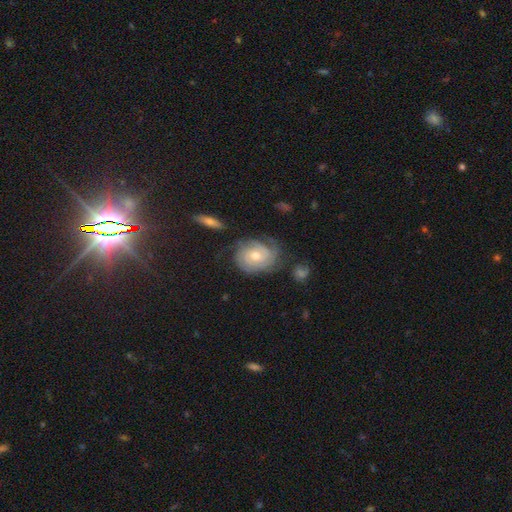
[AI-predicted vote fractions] A featured or disk galaxy (83%) with no bar (67%), can't tell (28%, tied with 3) tight (74%) spiral arms (96%) and a moderate central bulge (64%).

Vote fractions:
- Smooth or featured? featured or disk: 83% / smooth: 12% / star or artifact: 6%
- Edge-on disk? no: 97% / yes: 3%
- Bar? no: 67% / weak: 28% / strong: 5%
- Spiral arms? yes: 96% / no: 4%
- Spiral winding? tight: 74% / medium: 21% / loose: 5%
- Spiral arm count? can't tell: 28% (tied) / 3: 28% (tied) / 2: 25% / 4: 10% / 1: 5% / more than 4: 5%
- Bulge size? moderate: 64% / small: 30% / large: 3% / none: 1% / dominant: 1%
- Merging? none: 67% / minor disturbance: 21% / major disturbance: 9% / merger: 3%